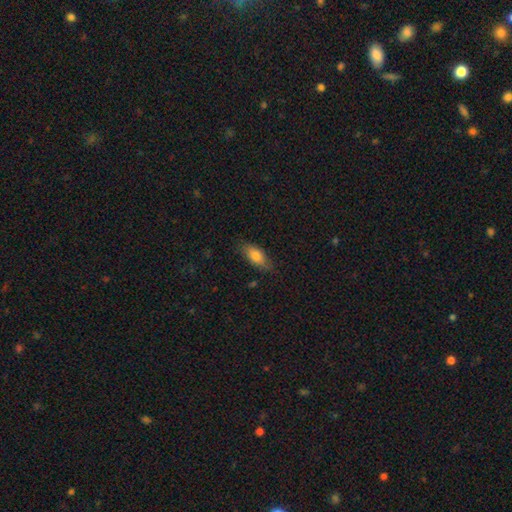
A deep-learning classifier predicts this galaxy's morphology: smooth_or_featured: smooth (p=0.78) [alt: featured or disk p=0.15]
how_rounded: in between (p=0.84) [alt: cigar-shaped p=0.13]
merging: none (p=0.77) [alt: minor disturbance p=0.19]